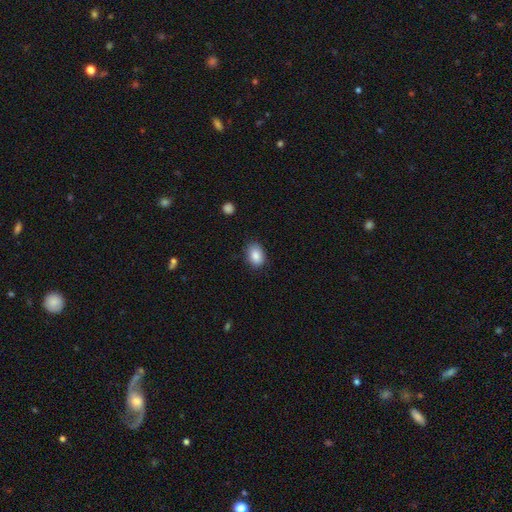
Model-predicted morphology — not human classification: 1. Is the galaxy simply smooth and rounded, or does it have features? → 86% smooth, 8% star or artifact, 6% featured or disk.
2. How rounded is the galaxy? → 80% in between, 18% round, 1% cigar-shaped.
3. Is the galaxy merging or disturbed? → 83% none, 13% minor disturbance, 3% major disturbance, 1% merger.